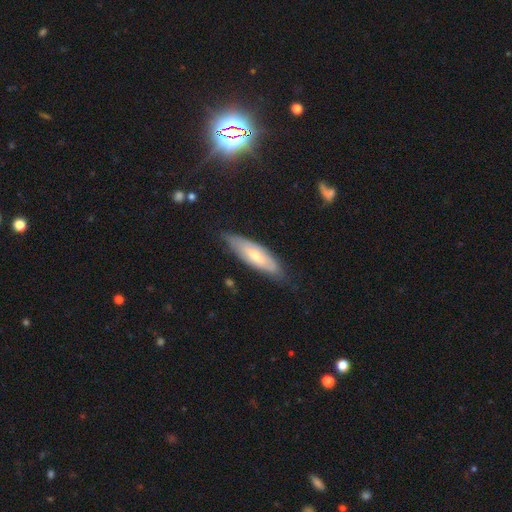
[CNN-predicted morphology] Smooth or featured: smooth — 49% (featured or disk — 44%)
Merging: none — 74% (minor disturbance — 21%)